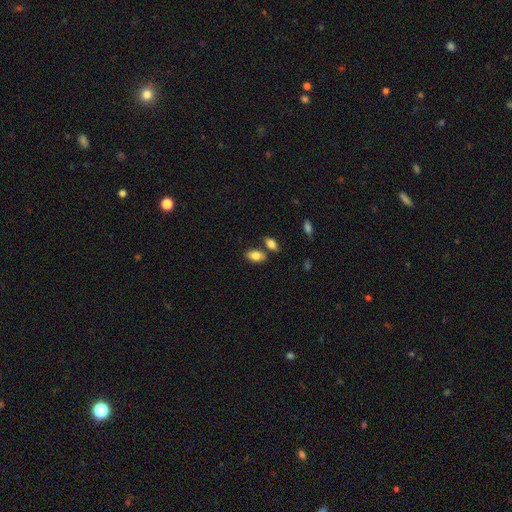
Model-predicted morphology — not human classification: The model was most divided on "merging": none: 71%, merger: 15%, minor disturbance: 11%, major disturbance: 3%. More confident: how rounded — in between (92%); smooth or featured — smooth (81%).